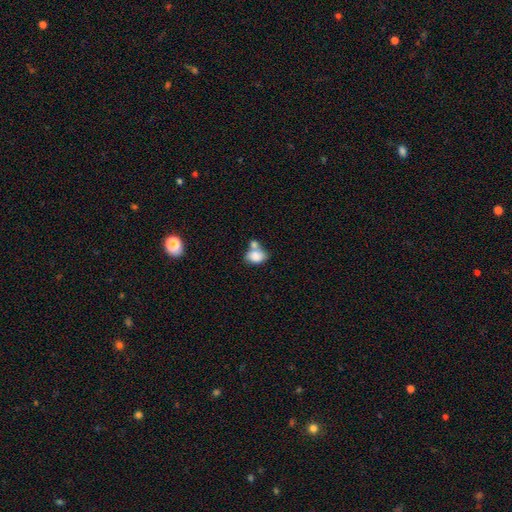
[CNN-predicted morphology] A smooth galaxy with no disk features (83%) that is in between round and cigar-shaped (77%). Merging: merger (50%).